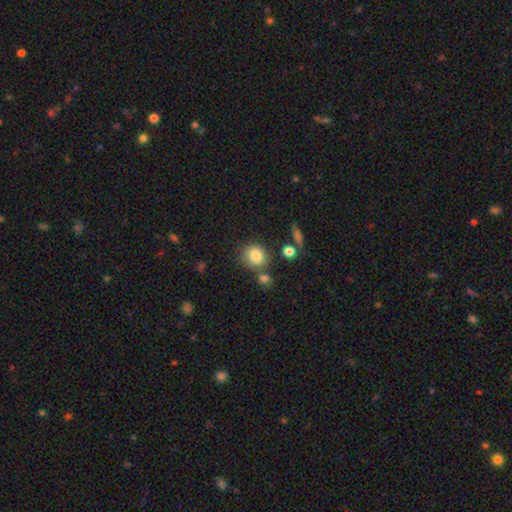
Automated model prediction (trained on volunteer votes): Morphology: type=smooth (83%); roundness=round (79%); merging=none (66%).